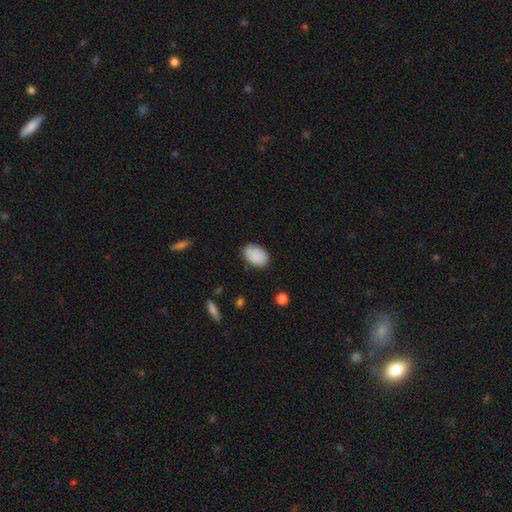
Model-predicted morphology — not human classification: The model was most divided on "merging": none: 83%, minor disturbance: 13%, major disturbance: 3%, merger: 1%. More confident: smooth or featured — smooth (89%); how rounded — in between (88%).